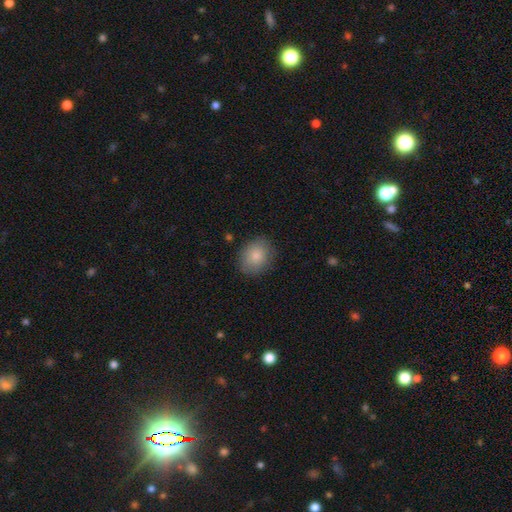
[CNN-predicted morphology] A smooth galaxy with no disk features (84%) that is round (51%). Merging: none (84%).